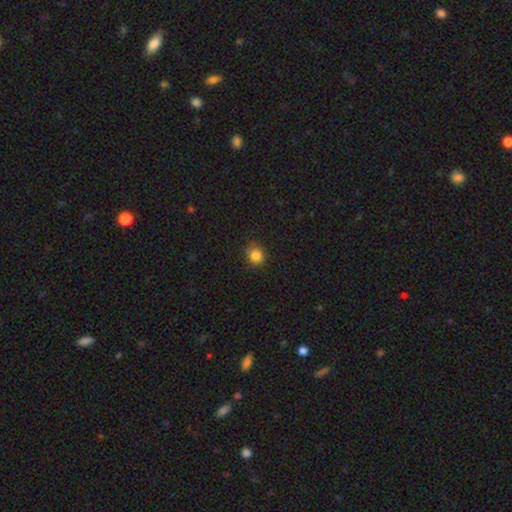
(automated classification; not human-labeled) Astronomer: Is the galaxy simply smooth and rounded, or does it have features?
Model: smooth — 83%.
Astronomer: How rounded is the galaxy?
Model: round — 86%.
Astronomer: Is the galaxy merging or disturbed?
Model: none — 81%.